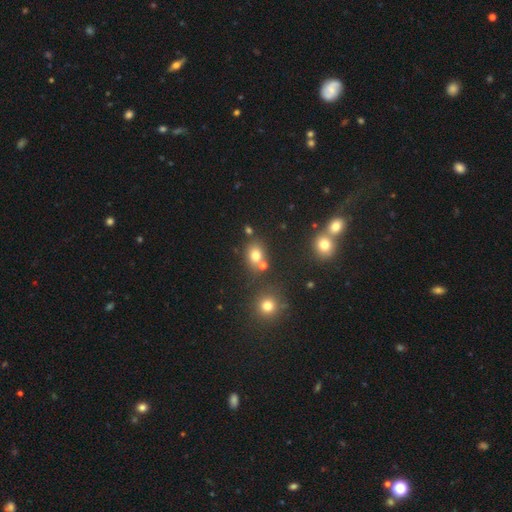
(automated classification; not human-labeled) smooth 74%, star or artifact 17%, featured or disk 9%. Down the decision tree: how rounded — round (51%); merging — none (64%).